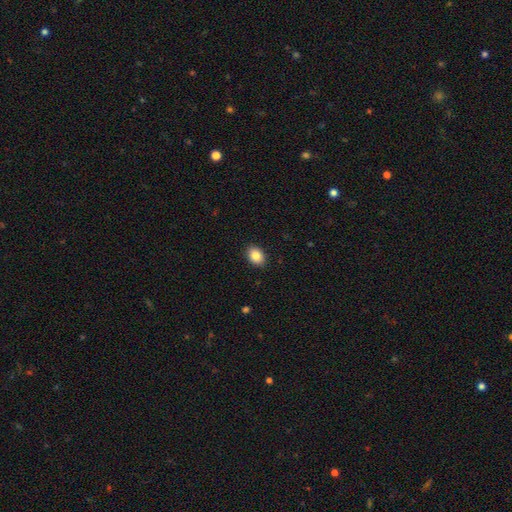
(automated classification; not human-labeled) Smooth or featured? Predicted: smooth (p=0.86). How rounded? Predicted: in between (p=0.72). Merging? Predicted: none (p=0.90).